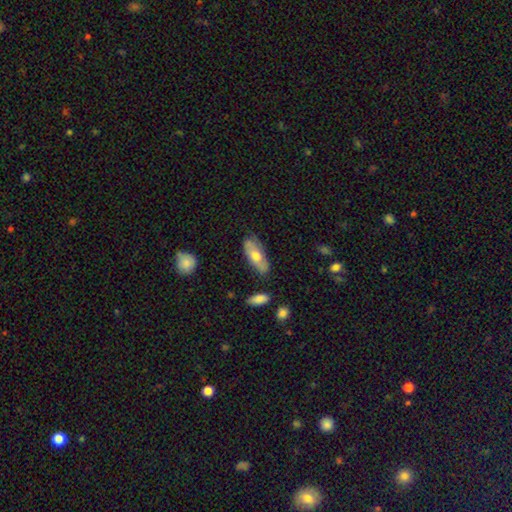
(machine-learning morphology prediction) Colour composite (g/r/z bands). It shows a smooth galaxy with no disk features (56%) that is in between round and cigar-shaped (79%). Merging: none (74%).